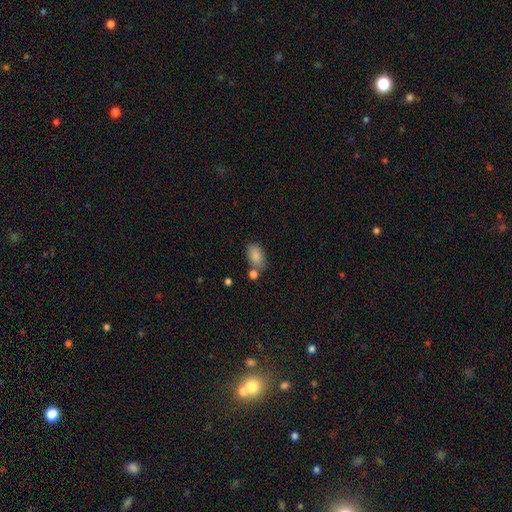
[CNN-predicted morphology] A smooth galaxy with no disk features (86%) that is in between round and cigar-shaped (90%).

Vote fractions:
- Smooth or featured? smooth: 86% / star or artifact: 8% / featured or disk: 6%
- How rounded? in between: 90% / round: 9% / cigar-shaped: 2%
- Merging? none: 66% / minor disturbance: 16% / merger: 14% / major disturbance: 4%